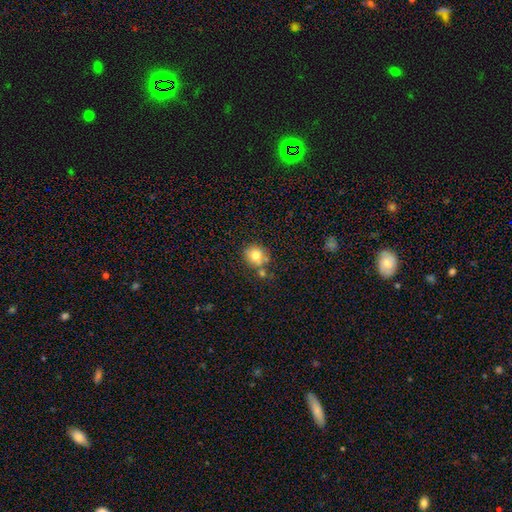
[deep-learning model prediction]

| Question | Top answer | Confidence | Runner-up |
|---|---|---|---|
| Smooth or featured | smooth | 79% | featured or disk (11%) |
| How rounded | round | 77% | in between (22%) |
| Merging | none | 60% | merger (19%) |